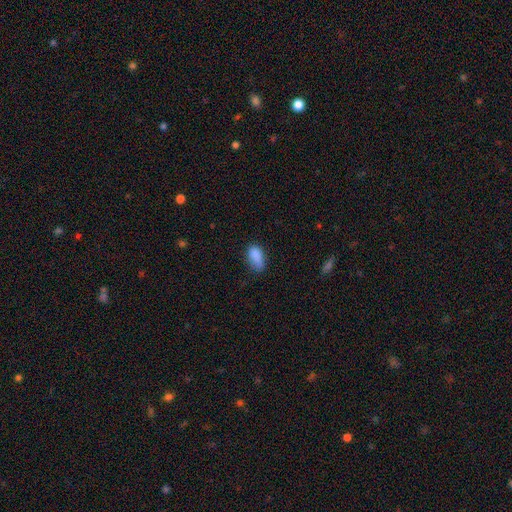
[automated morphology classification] Smooth or featured: smooth — 86% (star or artifact — 9%)
How rounded: in between — 91% (cigar-shaped — 6%)
Merging: none — 58% (minor disturbance — 32%)